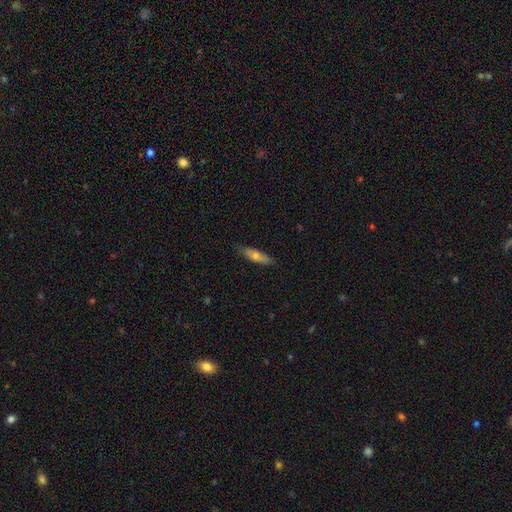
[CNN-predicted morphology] type=smooth (55%); roundness=cigar-shaped (64%); merging=none (84%).